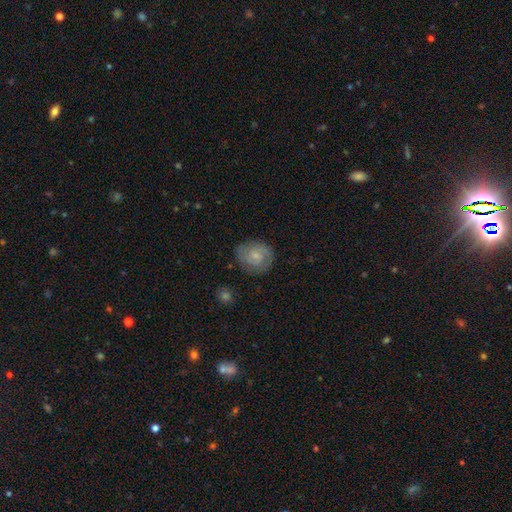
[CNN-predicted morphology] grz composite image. It shows a featured or disk galaxy (54%) with no bar (65%), spiral arms (88%) and a small central bulge (61%). Merging: none (79%).